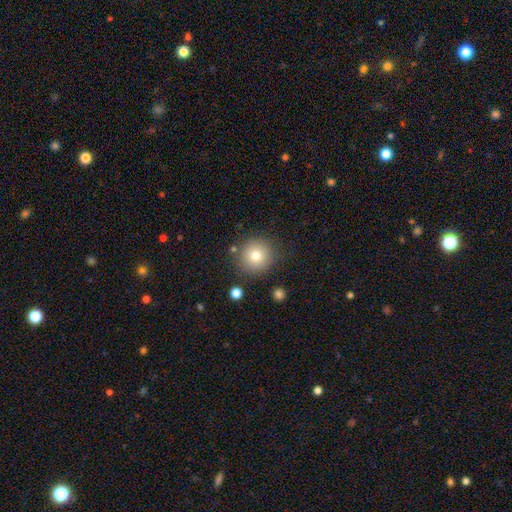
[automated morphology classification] Smooth or featured? smooth (78%)
How rounded? round (93%)
Merging? none (83%)